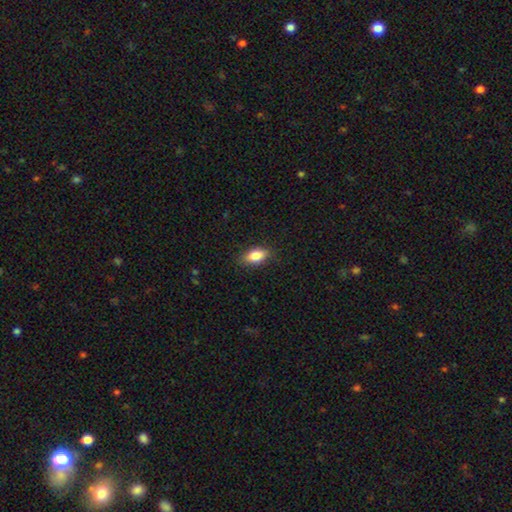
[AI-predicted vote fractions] A smooth galaxy with no disk features (83%) that is in between round and cigar-shaped (86%).

Vote fractions:
- Smooth or featured? smooth: 83% / featured or disk: 10% / star or artifact: 8%
- How rounded? in between: 86% / cigar-shaped: 8% / round: 6%
- Merging? none: 84% / minor disturbance: 12% / major disturbance: 3% / merger: 1%